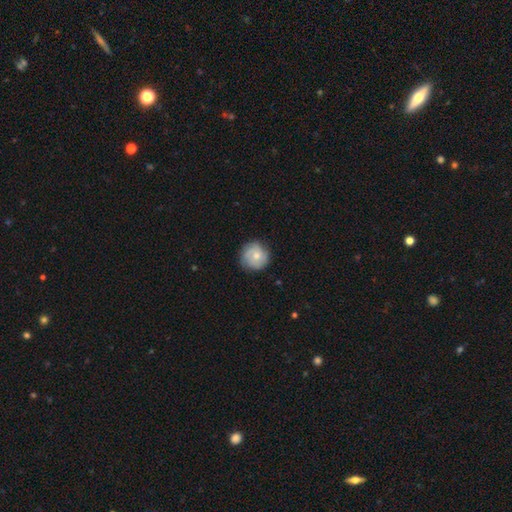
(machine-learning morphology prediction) Smooth or featured: smooth — 49% (featured or disk — 44%)
Merging: none — 81% (minor disturbance — 15%)